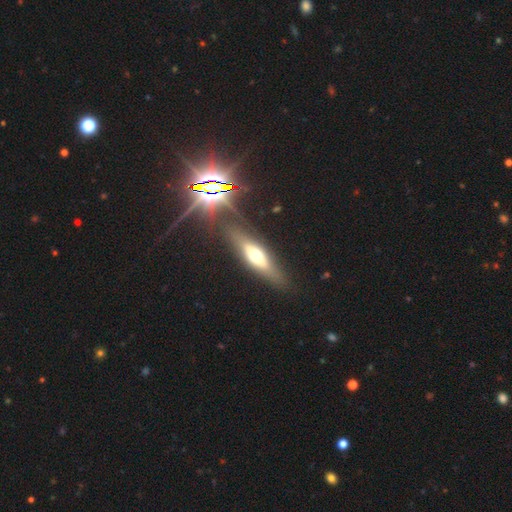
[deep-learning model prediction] Overall: featured or disk (47%; smooth 44%). Merging: none (79%).